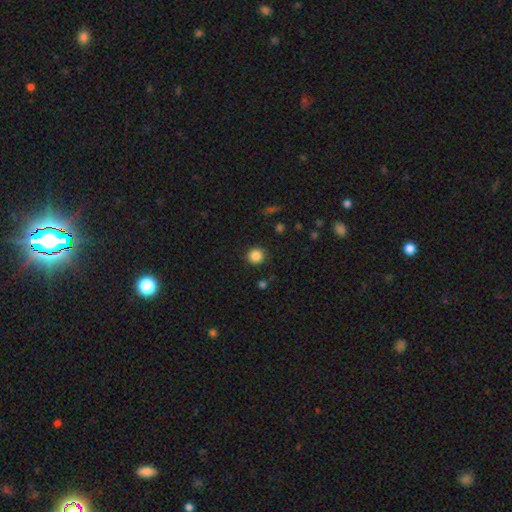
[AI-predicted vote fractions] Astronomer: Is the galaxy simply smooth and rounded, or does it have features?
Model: smooth — 86%.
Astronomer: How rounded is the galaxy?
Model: round — 93%.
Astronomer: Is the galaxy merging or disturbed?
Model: none — 91%.